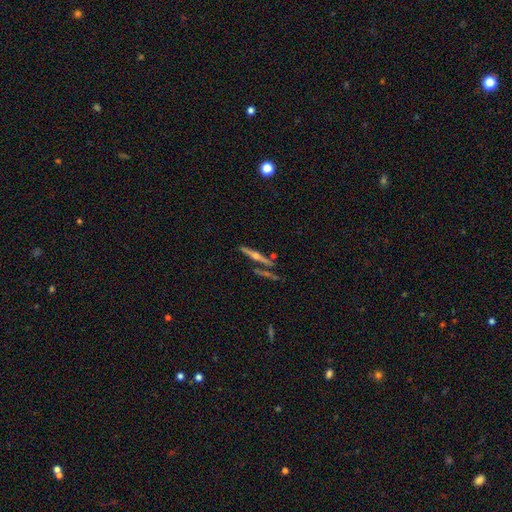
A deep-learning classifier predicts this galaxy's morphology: featured or disk 75%, smooth 16%, star or artifact 9%. Down the decision tree: edge-on disk — yes (95%); edge-on bulge — rounded (84%); merging — none (73%).